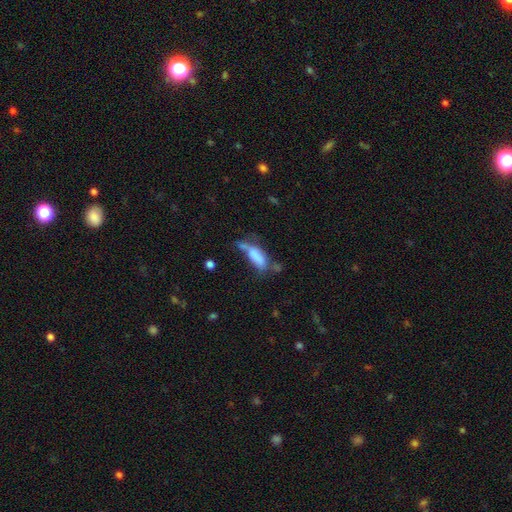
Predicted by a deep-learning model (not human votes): smooth-or-featured: smooth: 73% | featured or disk: 18% | star or artifact: 10%
  how-rounded: in between: 69% | cigar-shaped: 28% | round: 3%
  merging: none: 26% (tied) | merger: 26% (tied) | minor disturbance: 24% | major disturbance: 24%